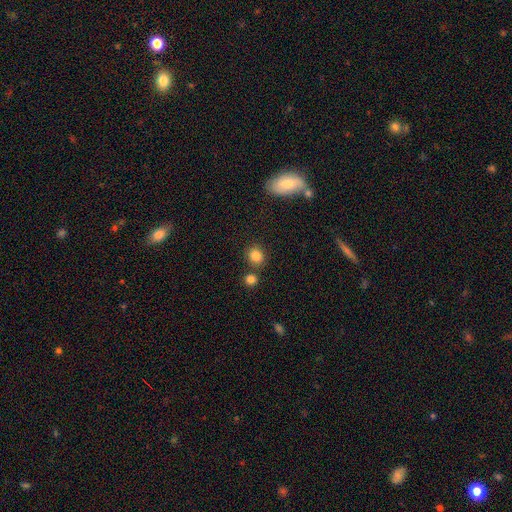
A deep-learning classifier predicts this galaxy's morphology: Smooth or featured? Predicted: smooth (p=0.84). How rounded? Predicted: round (p=0.76). Merging? Predicted: none (p=0.75).